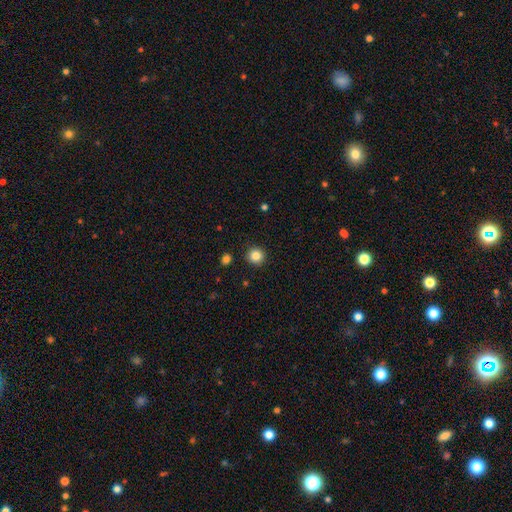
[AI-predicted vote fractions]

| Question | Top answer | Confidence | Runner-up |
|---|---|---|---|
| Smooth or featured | smooth | 85% | star or artifact (11%) |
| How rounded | round | 93% | in between (6%) |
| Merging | none | 91% | minor disturbance (5%) |